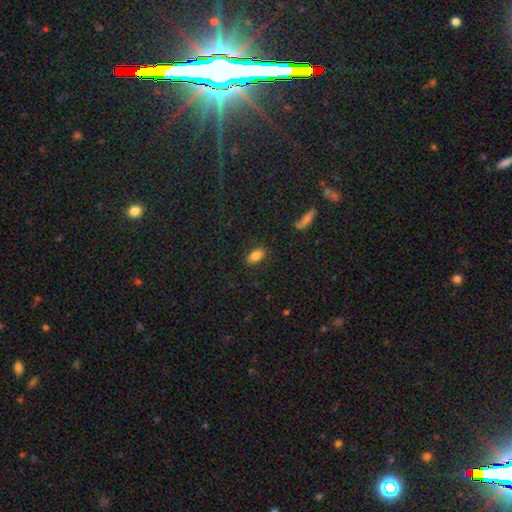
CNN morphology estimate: smooth-or-featured: smooth: 81% | featured or disk: 10% | star or artifact: 9%
  how-rounded: in between: 90% | round: 5% | cigar-shaped: 5%
  merging: none: 86% | minor disturbance: 10% | major disturbance: 3% | merger: 2%